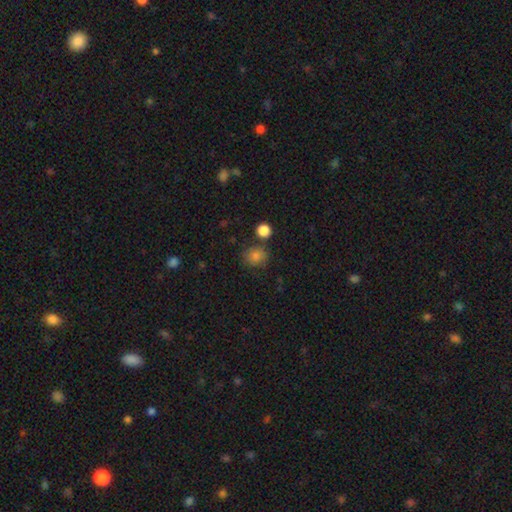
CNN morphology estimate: This is likely a smooth galaxy (79%). How rounded: likely round (76%). Merging: likely none (71%).